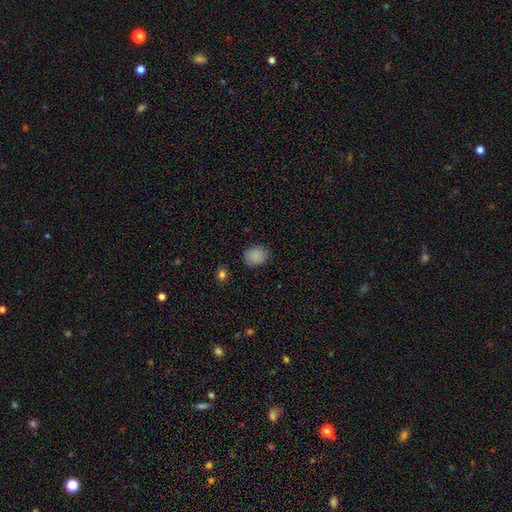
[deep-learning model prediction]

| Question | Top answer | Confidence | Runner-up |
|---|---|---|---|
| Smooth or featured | smooth | 87% | star or artifact (10%) |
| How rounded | round | 65% | in between (34%) |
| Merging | none | 86% | minor disturbance (10%) |